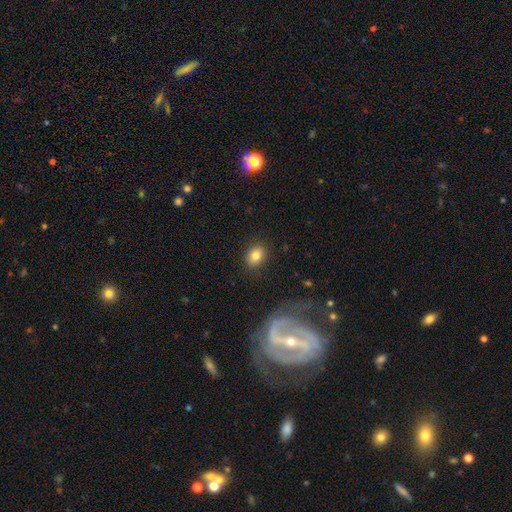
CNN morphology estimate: The model was most divided on "how rounded": in between: 64%, round: 35%, cigar-shaped: 1%. More confident: merging — none (86%); smooth or featured — smooth (82%).